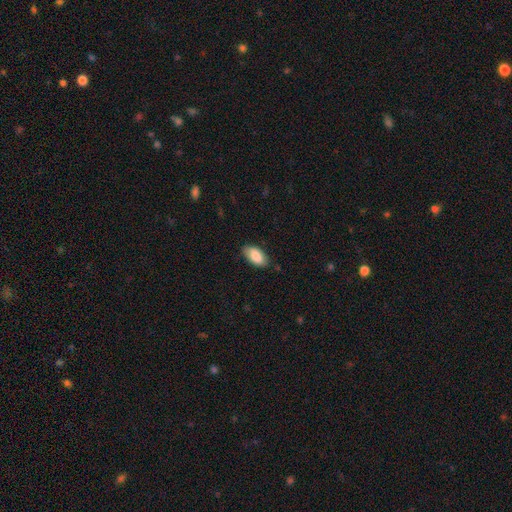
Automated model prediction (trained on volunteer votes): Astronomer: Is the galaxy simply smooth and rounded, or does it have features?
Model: smooth — 84%.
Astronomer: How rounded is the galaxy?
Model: in between — 94%.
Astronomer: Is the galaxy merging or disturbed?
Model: none — 82%.